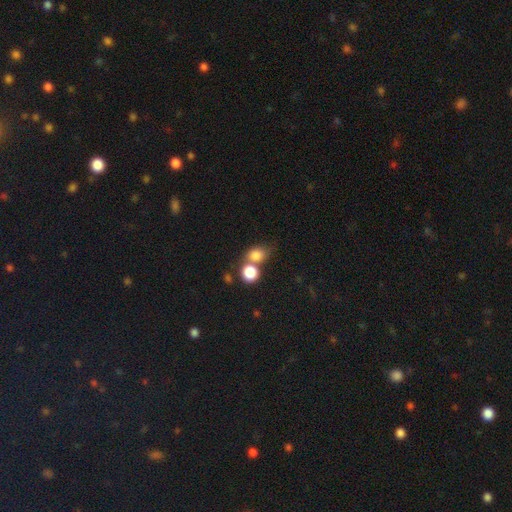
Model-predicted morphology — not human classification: smooth 81%, star or artifact 11%, featured or disk 9%. Down the decision tree: how rounded — round (55%); merging — merger (46%).